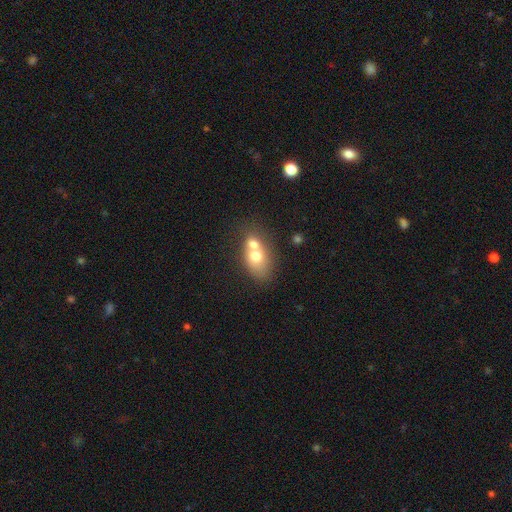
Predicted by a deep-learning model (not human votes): This appears to be a smooth galaxy with no disk features (65%) that is in between round and cigar-shaped (70%). Merging: merger (66%).